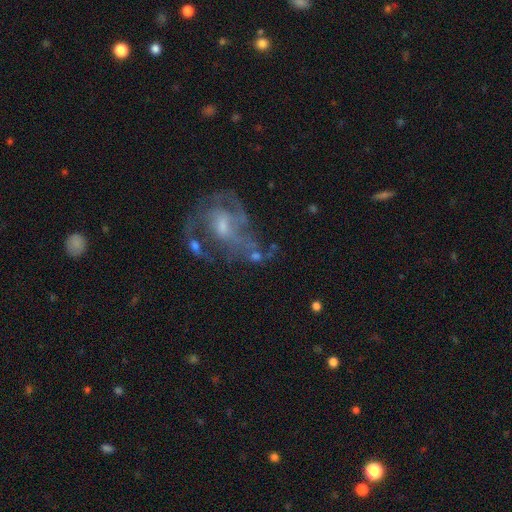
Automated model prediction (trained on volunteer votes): A featured or disk galaxy (69%) with no bar (52%), medium (45%) spiral arms (76%) and a small central bulge (44%).

Vote fractions:
- Smooth or featured? featured or disk: 69% / star or artifact: 18% / smooth: 12%
- Edge-on disk? no: 96% / yes: 4%
- Bar? no: 52% / weak: 37% / strong: 12%
- Spiral arms? yes: 76% / no: 24%
- Spiral winding? medium: 45% / tight: 32% / loose: 23%
- Spiral arm count? can't tell: 35% / 2: 27% / 3: 18% / 1: 7% / 4: 7% / more than 4: 5%
- Bulge size? small: 44% / moderate: 43% / none: 7% / large: 4% / dominant: 2%
- Merging? none: 45% / major disturbance: 25% / minor disturbance: 17% / merger: 12%